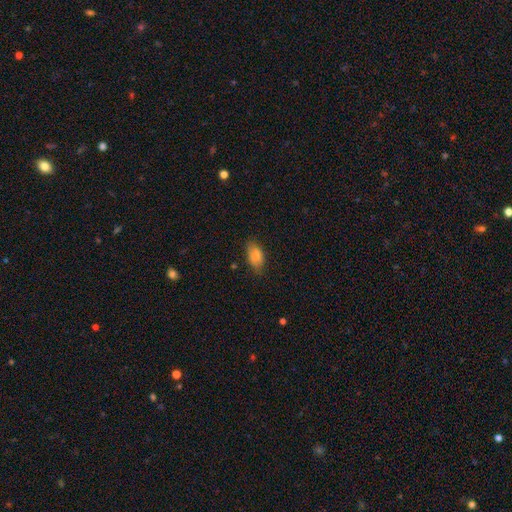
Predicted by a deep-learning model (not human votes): This is clearly a smooth galaxy (80%). How rounded: clearly in between (91%). Merging: likely none (75%).